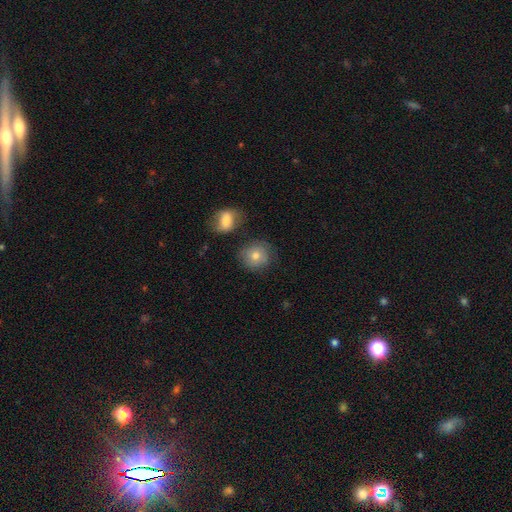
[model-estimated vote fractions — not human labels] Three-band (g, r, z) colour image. It shows a smooth galaxy with no disk features (75%) that is round (83%). Merging: none (72%).